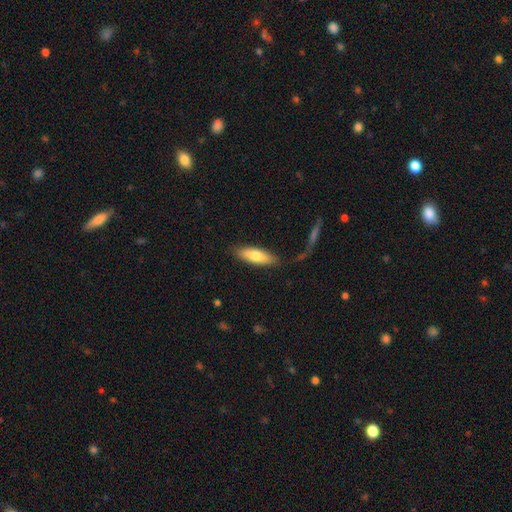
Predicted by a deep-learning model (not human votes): smooth 73%, featured or disk 22%, star or artifact 6%. Down the decision tree: how rounded — in between (60%); merging — none (80%).